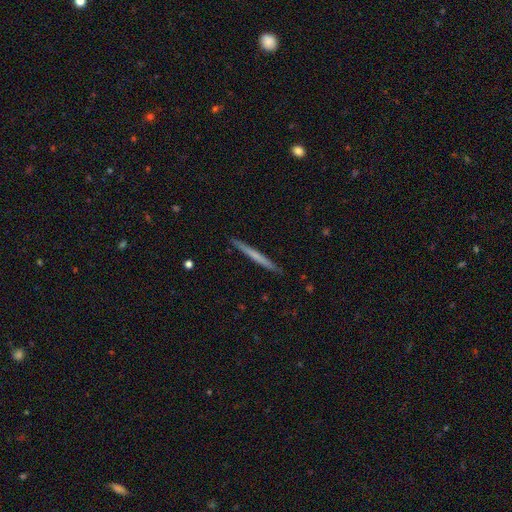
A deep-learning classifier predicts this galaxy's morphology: Smooth or featured? Predicted: smooth (p=0.51). How rounded? Predicted: cigar-shaped (p=0.97). Merging? Predicted: none (p=0.91).